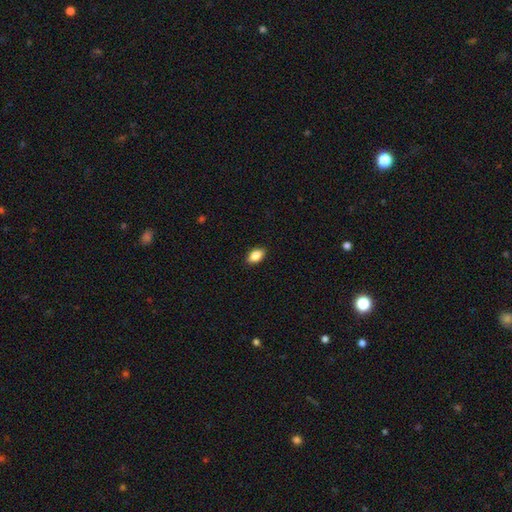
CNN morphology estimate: A smooth galaxy with no disk features (84%) that is in between round and cigar-shaped (90%).

Vote fractions:
- Smooth or featured? smooth: 84% / featured or disk: 8% / star or artifact: 8%
- How rounded? in between: 90% / round: 7% / cigar-shaped: 4%
- Merging? none: 89% / minor disturbance: 8% / major disturbance: 2% / merger: 1%